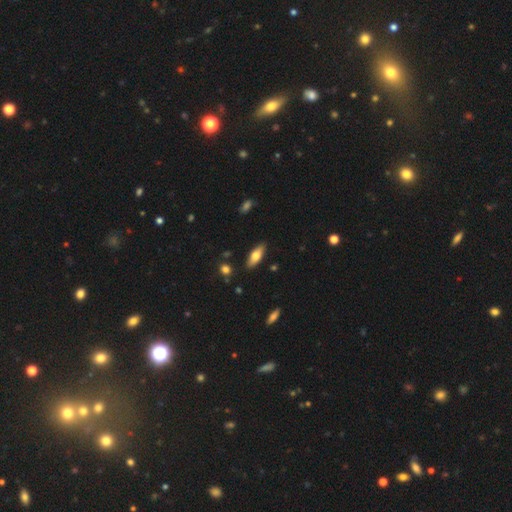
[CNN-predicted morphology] Smooth or featured? smooth (66%)
How rounded? in between (67%)
Merging? none (86%)